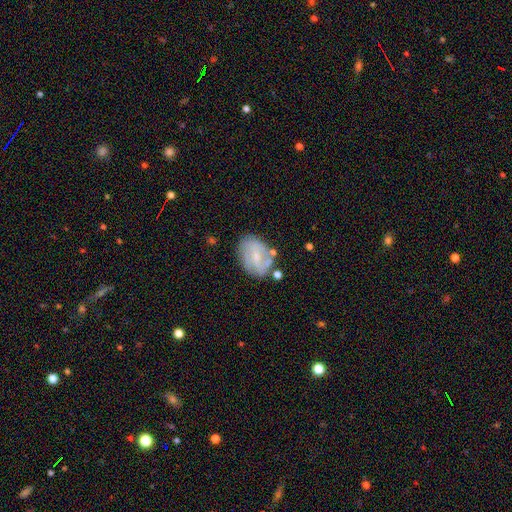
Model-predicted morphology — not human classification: A featured or disk galaxy (61%) with a weak bar (48%), spiral arms (73%) and a small central bulge (61%).

Vote fractions:
- Smooth or featured? featured or disk: 61% / smooth: 32% / star or artifact: 7%
- Edge-on disk? no: 97% / yes: 3%
- Bar? weak: 48% / no: 38% / strong: 13%
- Spiral arms? yes: 73% / no: 27%
- Bulge size? small: 61% / moderate: 25% / none: 11% / large: 1% / dominant: 1%
- Merging? none: 62% / minor disturbance: 22% / major disturbance: 9% / merger: 8%